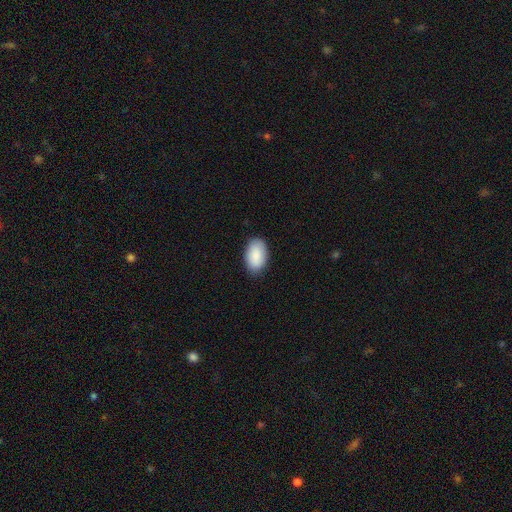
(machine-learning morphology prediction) smooth_or_featured: smooth (p=0.89) [alt: star or artifact p=0.06]
how_rounded: in between (p=0.94) [alt: round p=0.05]
merging: none (p=0.85) [alt: minor disturbance p=0.12]